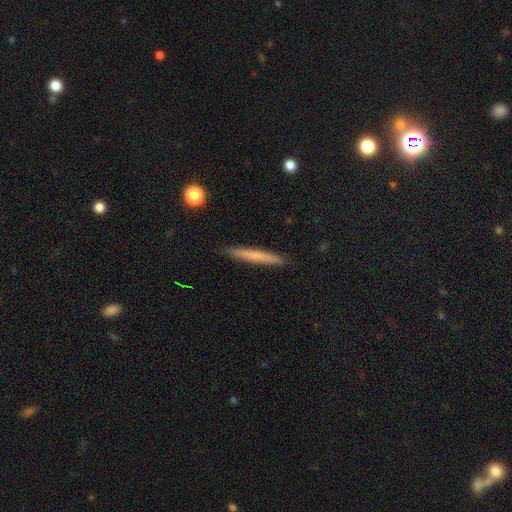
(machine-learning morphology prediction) smooth 67%, featured or disk 27%, star or artifact 6%. Down the decision tree: how rounded — cigar-shaped (96%); merging — none (91%).